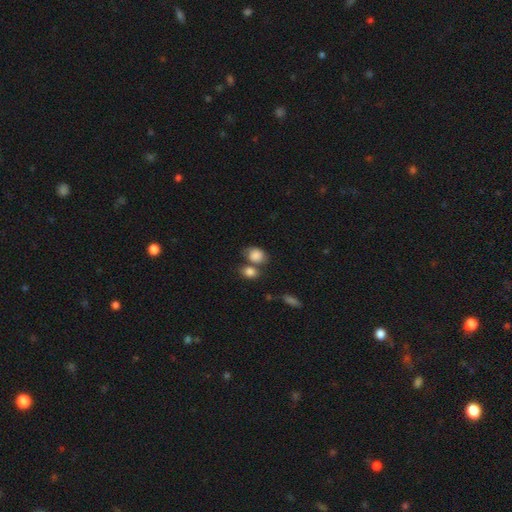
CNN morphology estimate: smooth_or_featured: smooth (p=0.83) [alt: featured or disk p=0.09]
how_rounded: in between (p=0.55) [alt: round p=0.44]
merging: merger (p=0.39) [alt: none p=0.37]